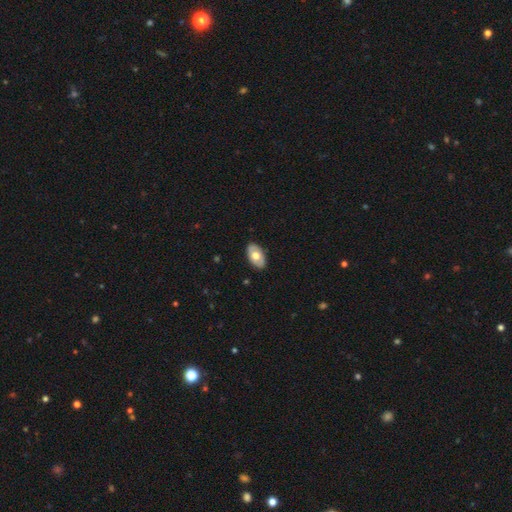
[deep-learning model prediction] This appears to be a smooth galaxy with no disk features (61%) that is in between round and cigar-shaped (94%). Merging: none (87%).